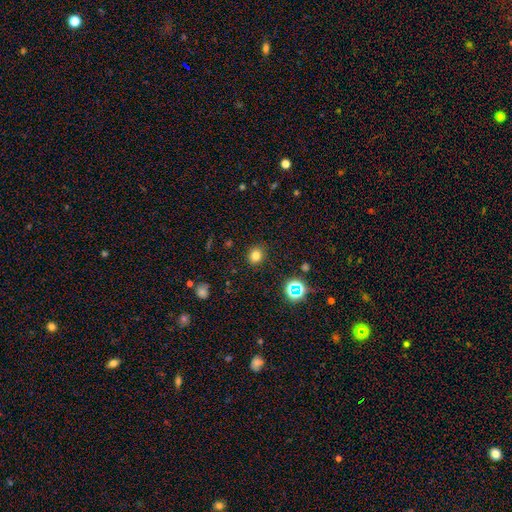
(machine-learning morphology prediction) A smooth galaxy with no disk features (78%) that is round (75%). Merging: none (89%).